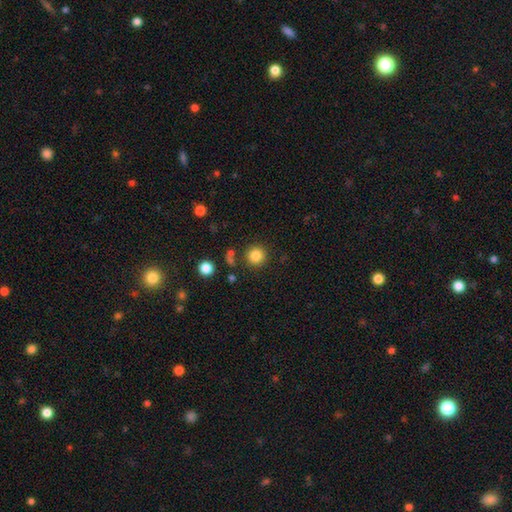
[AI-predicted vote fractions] Smooth or featured: smooth — 84% (star or artifact — 11%)
How rounded: round — 94% (in between — 5%)
Merging: none — 87% (minor disturbance — 7%)